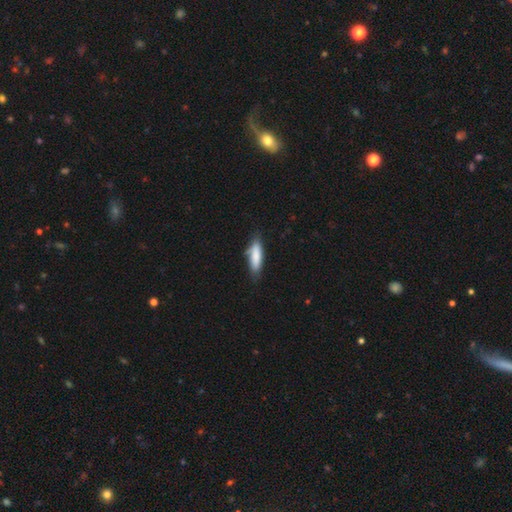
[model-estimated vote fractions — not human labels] Smooth or featured?
  - smooth: 83% *
  - featured or disk: 11%
  - star or artifact: 6%
How rounded?
  - cigar-shaped: 56% *
  - in between: 42%
  - round: 2%
Merging?
  - none: 75% *
  - minor disturbance: 20%
  - major disturbance: 3%
  - merger: 2%